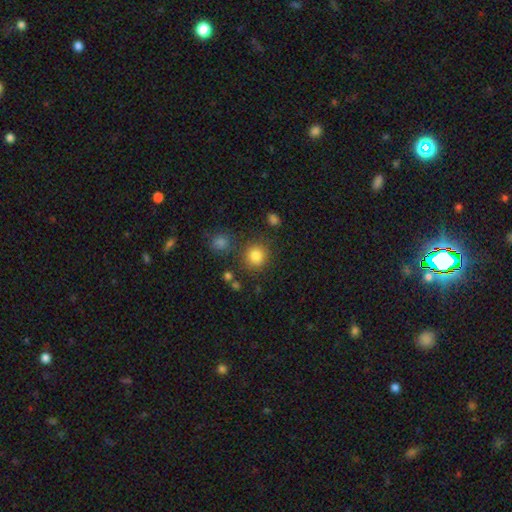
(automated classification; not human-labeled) Q: Smooth or featured?
A: smooth (83%); runner-up: star or artifact (12%)
Q: How rounded?
A: round (90%); runner-up: in between (9%)
Q: Merging?
A: none (81%); runner-up: minor disturbance (9%)